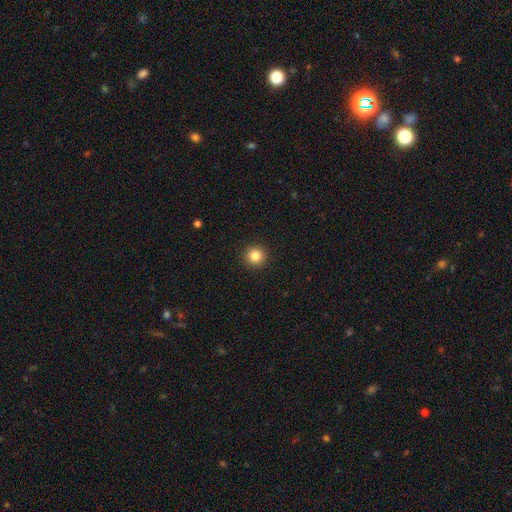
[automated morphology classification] Q: Smooth or featured?
A: smooth (85%); runner-up: star or artifact (11%)
Q: How rounded?
A: round (95%); runner-up: in between (4%)
Q: Merging?
A: none (93%); runner-up: minor disturbance (5%)